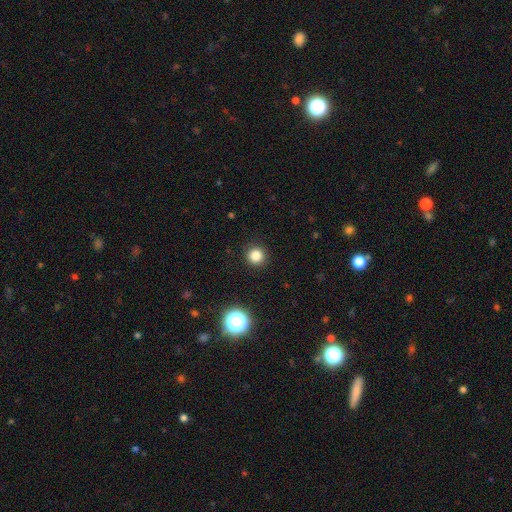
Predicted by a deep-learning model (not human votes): Smooth or featured: smooth — 82% (star or artifact — 13%)
How rounded: round — 95% (in between — 4%)
Merging: none — 92% (minor disturbance — 5%)